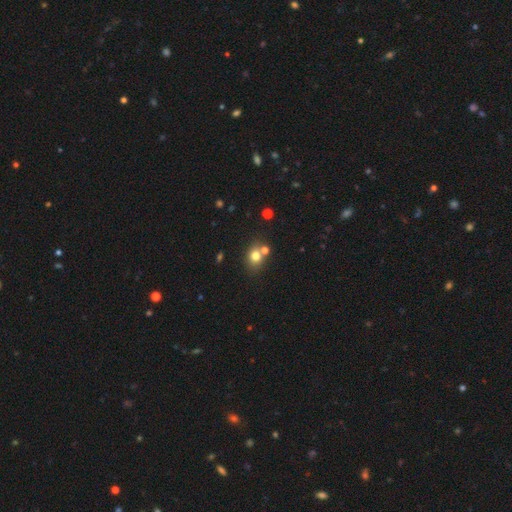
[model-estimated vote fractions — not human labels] smooth 75%, star or artifact 14%, featured or disk 11%. Down the decision tree: how rounded — round (58%); merging — none (61%).